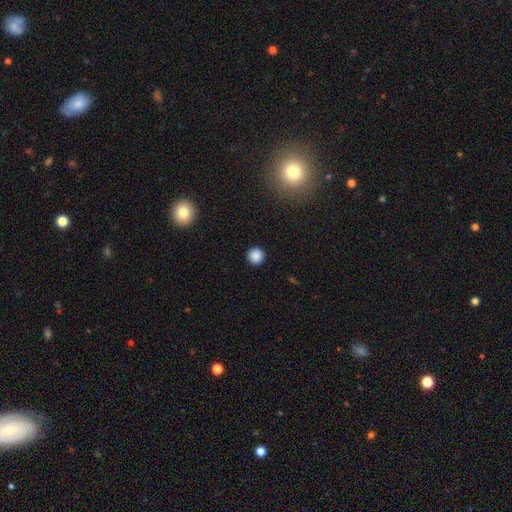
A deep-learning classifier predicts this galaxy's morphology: The model was most divided on "smooth or featured": smooth: 87%, star or artifact: 10%, featured or disk: 3%. More confident: how rounded — round (95%); merging — none (92%).